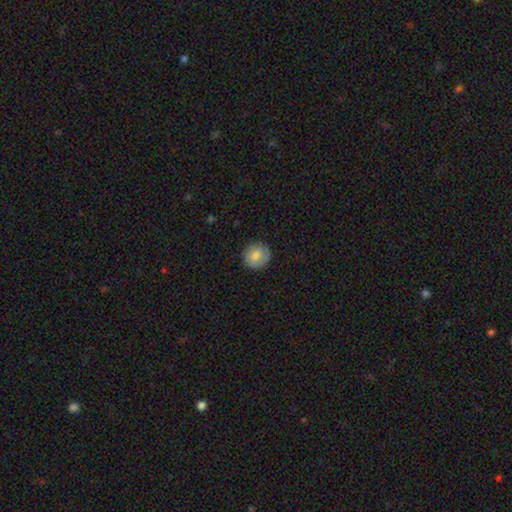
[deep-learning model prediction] smooth 79%, featured or disk 13%, star or artifact 8%. Down the decision tree: how rounded — round (93%); merging — none (88%).